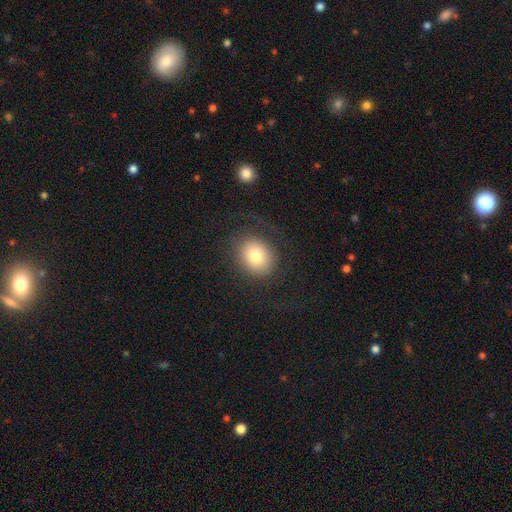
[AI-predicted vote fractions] A smooth galaxy with no disk features (76%) that is round (64%).

Vote fractions:
- Smooth or featured? smooth: 76% / featured or disk: 15% / star or artifact: 9%
- How rounded? round: 64% / in between: 35% / cigar-shaped: 1%
- Merging? none: 74% / minor disturbance: 13% / major disturbance: 12% / merger: 2%